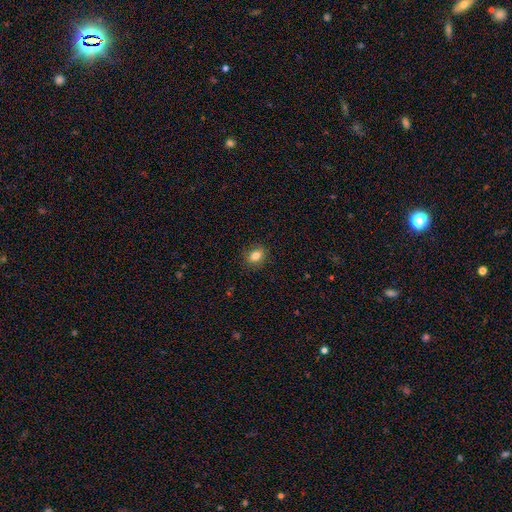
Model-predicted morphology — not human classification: Overall: smooth (81%). How rounded: in between (53%; round 45%). Merging: none (87%).